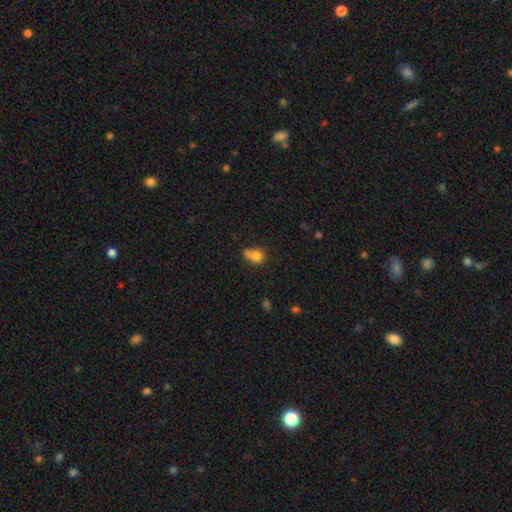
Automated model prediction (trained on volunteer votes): smooth-or-featured: smooth: 77% | featured or disk: 12% | star or artifact: 11%
  how-rounded: round: 49% (tied) | in between: 49% (tied) | cigar-shaped: 2%
  merging: none: 34% | merger: 26% | minor disturbance: 26% | major disturbance: 13%